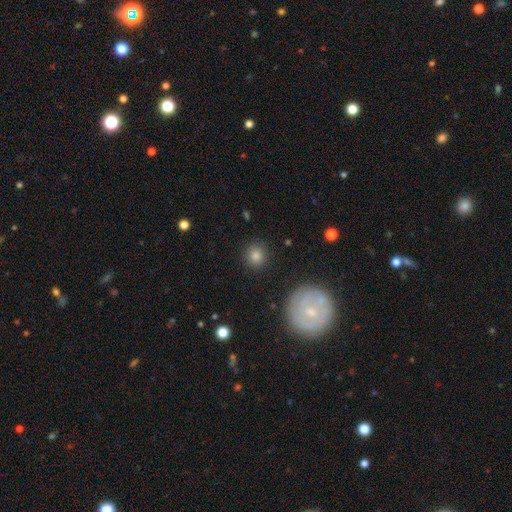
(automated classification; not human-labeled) Morphology: type=smooth (80%); roundness=round (91%); merging=none (90%).